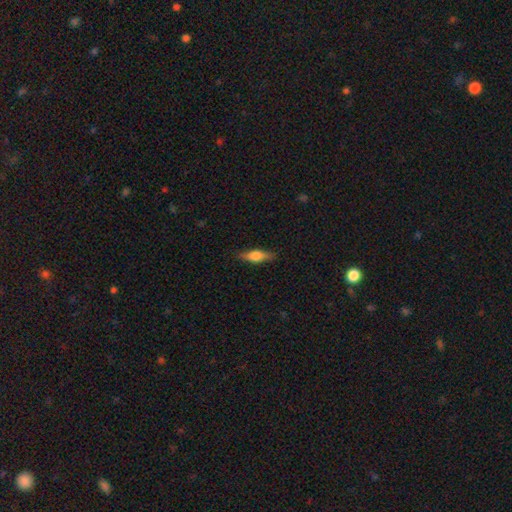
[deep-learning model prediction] smooth 52%, featured or disk 41%, star or artifact 7%. Down the decision tree: how rounded — cigar-shaped (54%); merging — none (86%).